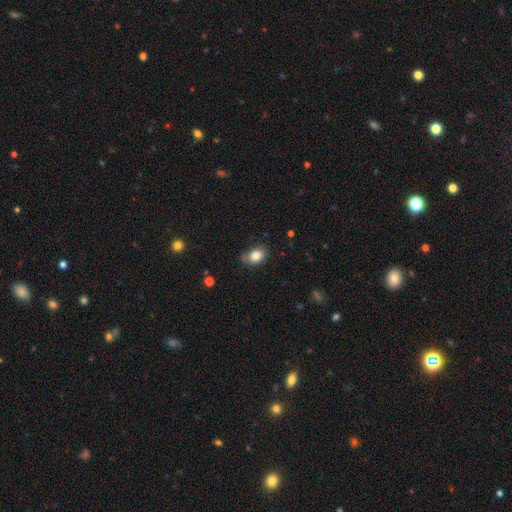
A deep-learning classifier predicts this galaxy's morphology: The model was most divided on "merging": none: 68%, minor disturbance: 23%, major disturbance: 4%, merger: 4%. More confident: smooth or featured — smooth (83%); how rounded — in between (73%).